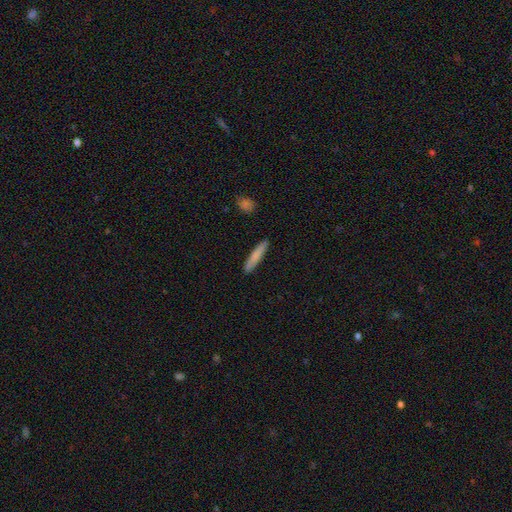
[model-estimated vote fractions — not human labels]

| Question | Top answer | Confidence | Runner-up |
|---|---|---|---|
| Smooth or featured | smooth | 78% | featured or disk (16%) |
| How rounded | cigar-shaped | 92% | in between (7%) |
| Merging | none | 90% | minor disturbance (7%) |